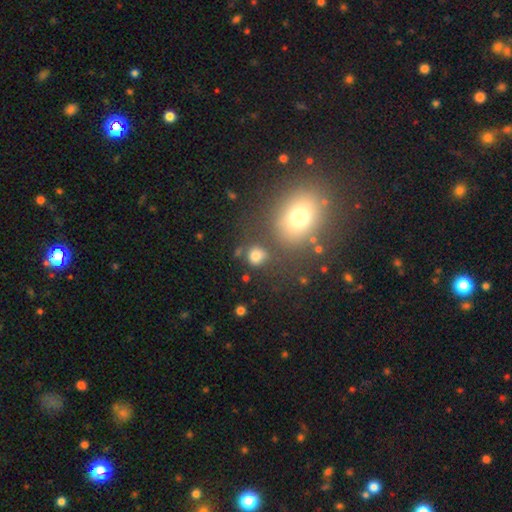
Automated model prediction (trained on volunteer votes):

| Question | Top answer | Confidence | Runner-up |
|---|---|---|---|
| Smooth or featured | smooth | 76% | star or artifact (16%) |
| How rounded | round | 76% | in between (23%) |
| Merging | none | 67% | minor disturbance (14%) |